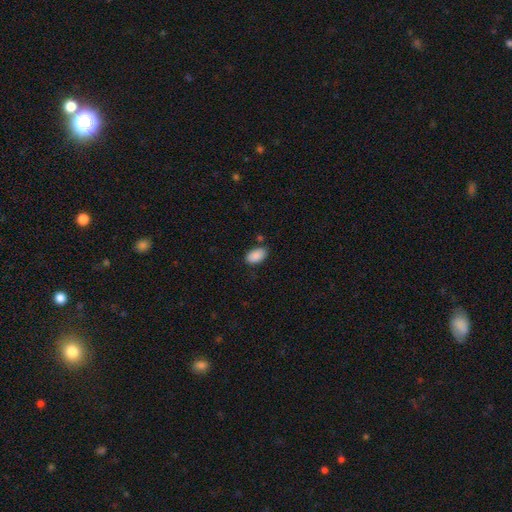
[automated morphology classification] Smooth or featured?
  - smooth: 89% *
  - star or artifact: 7%
  - featured or disk: 4%
How rounded?
  - in between: 94% *
  - round: 5%
  - cigar-shaped: 1%
Merging?
  - none: 79% *
  - minor disturbance: 14%
  - merger: 4%
  - major disturbance: 3%